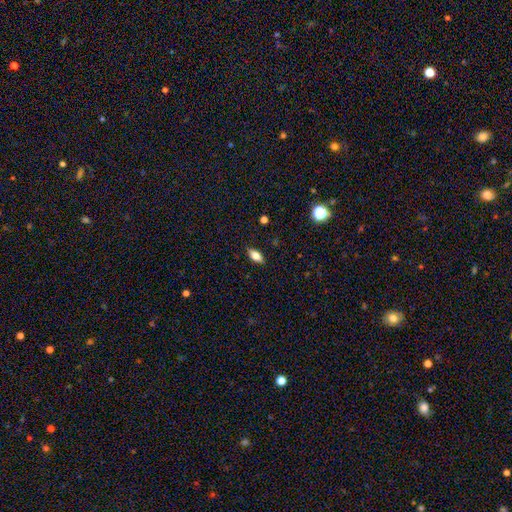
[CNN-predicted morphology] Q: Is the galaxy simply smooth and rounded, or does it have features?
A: smooth — 70%.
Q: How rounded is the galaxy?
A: in between — 83%.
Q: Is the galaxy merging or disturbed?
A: none — 87%.